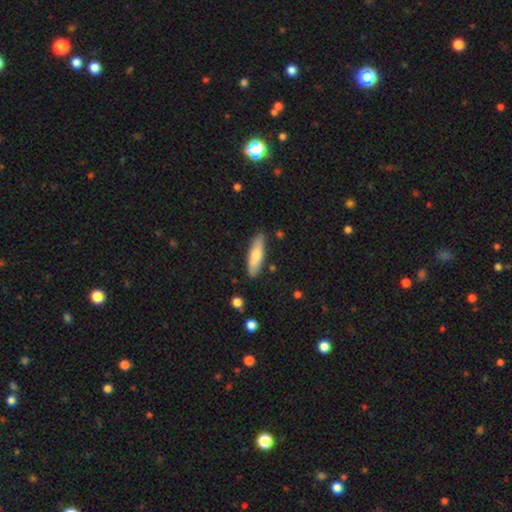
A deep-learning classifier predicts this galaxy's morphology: A smooth galaxy with no disk features (74%) that is cigar-shaped (61%). Merging: none (85%).